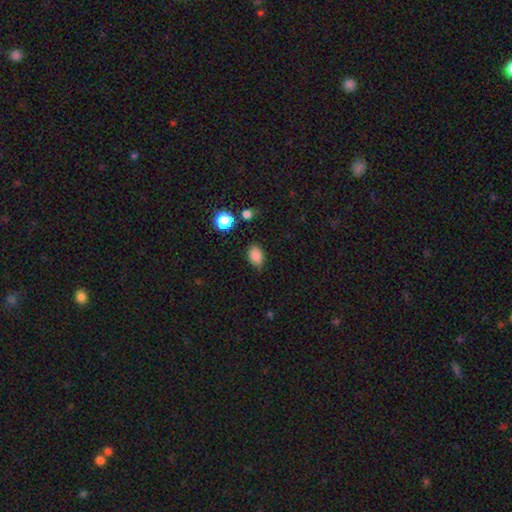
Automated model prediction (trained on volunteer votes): Smooth or featured?
  - smooth: 85% *
  - star or artifact: 11%
  - featured or disk: 4%
How rounded?
  - in between: 80% *
  - round: 19%
  - cigar-shaped: 1%
Merging?
  - none: 80% *
  - minor disturbance: 15%
  - major disturbance: 3%
  - merger: 2%